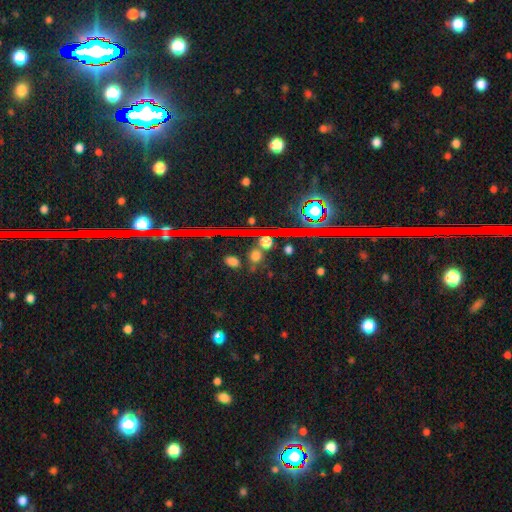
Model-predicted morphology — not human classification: This appears to be a smooth galaxy with no disk features (59%) that is round (73%). Merging: none (78%).